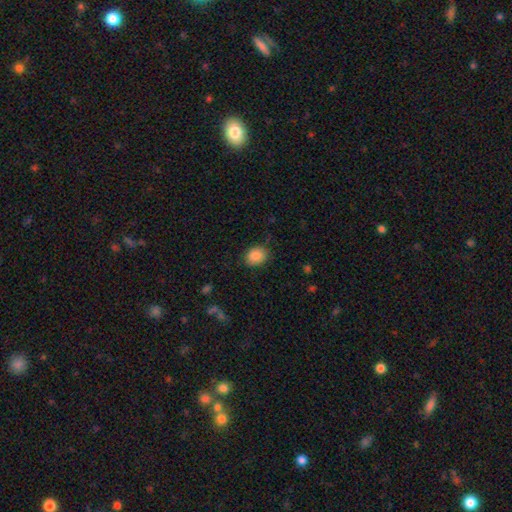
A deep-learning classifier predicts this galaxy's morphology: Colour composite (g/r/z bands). It shows a smooth galaxy with no disk features (88%) that is in between round and cigar-shaped (50%). Merging: none (80%).